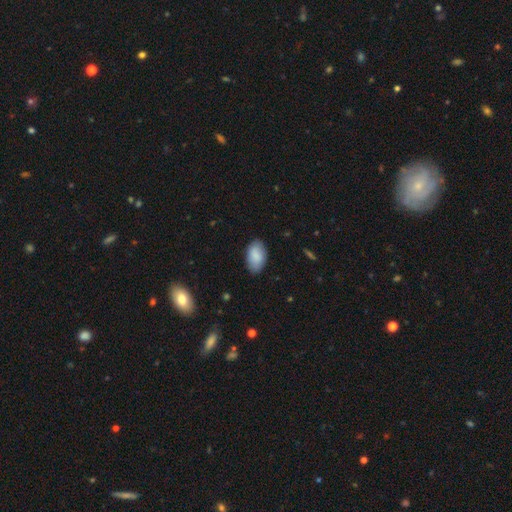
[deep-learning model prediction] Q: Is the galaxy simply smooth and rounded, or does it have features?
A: smooth — 87%.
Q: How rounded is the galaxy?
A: in between — 94%.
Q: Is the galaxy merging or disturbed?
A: none — 84%.